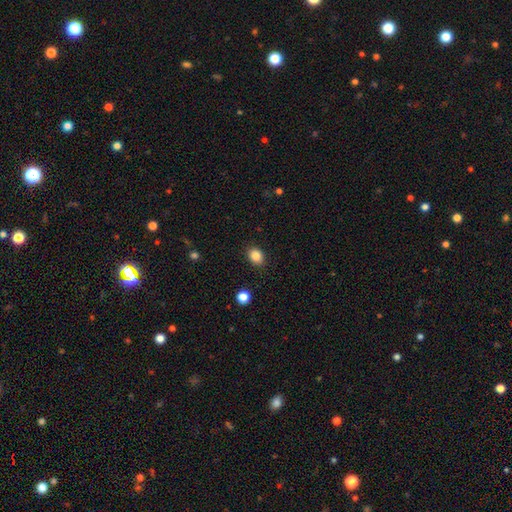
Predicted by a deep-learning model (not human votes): Smooth or featured?
  - smooth: 85% *
  - star or artifact: 10%
  - featured or disk: 5%
How rounded?
  - in between: 51% *
  - round: 48%
  - cigar-shaped: 1%
Merging?
  - none: 88% *
  - minor disturbance: 8%
  - major disturbance: 2%
  - merger: 1%